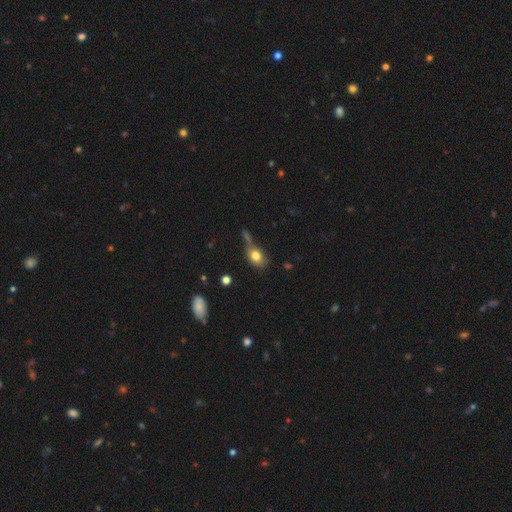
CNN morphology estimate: A smooth galaxy with no disk features (78%) that is in between round and cigar-shaped (64%).

Vote fractions:
- Smooth or featured? smooth: 78% / featured or disk: 12% / star or artifact: 10%
- How rounded? in between: 64% / round: 34% / cigar-shaped: 3%
- Merging? none: 43% / merger: 24% / minor disturbance: 21% / major disturbance: 13%